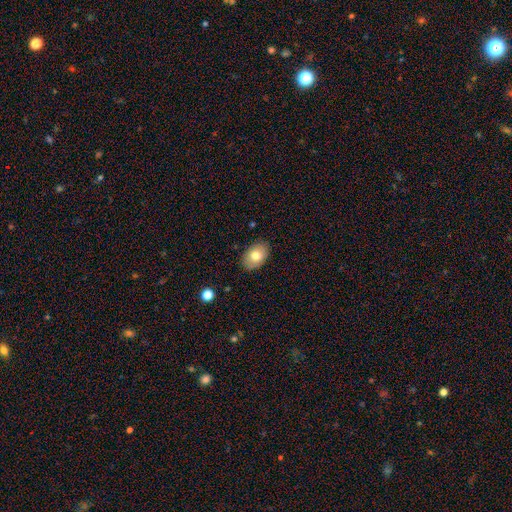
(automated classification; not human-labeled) smooth_or_featured: smooth (p=0.76) [alt: featured or disk p=0.16]
how_rounded: in between (p=0.86) [alt: round p=0.13]
merging: none (p=0.86) [alt: minor disturbance p=0.10]